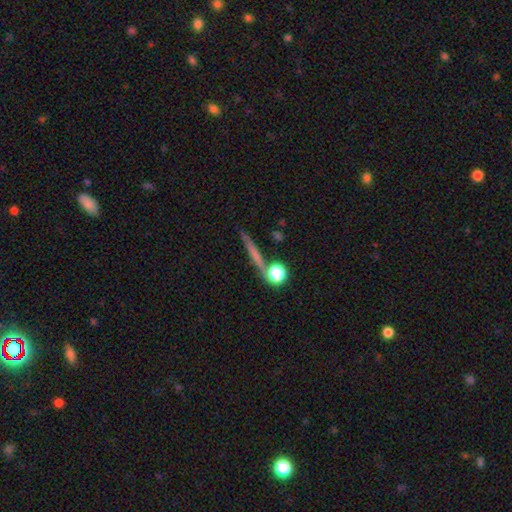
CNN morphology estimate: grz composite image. It shows a smooth galaxy with no disk features (52%) that is cigar-shaped (61%). Merging: none (75%).